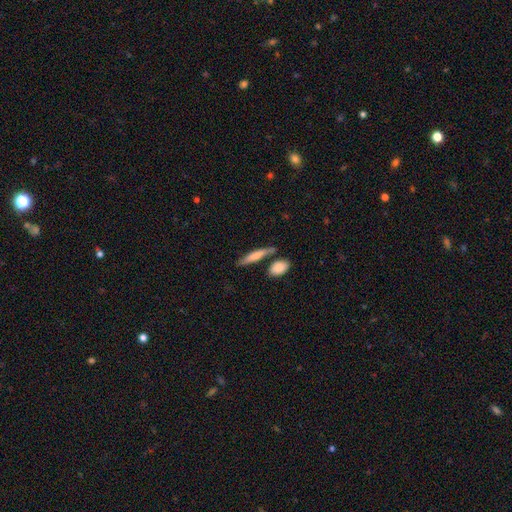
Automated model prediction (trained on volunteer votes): smooth_or_featured: smooth (p=0.64) [alt: featured or disk p=0.30]
how_rounded: cigar-shaped (p=0.77) [alt: in between p=0.20]
merging: none (p=0.69) [alt: merger p=0.14]